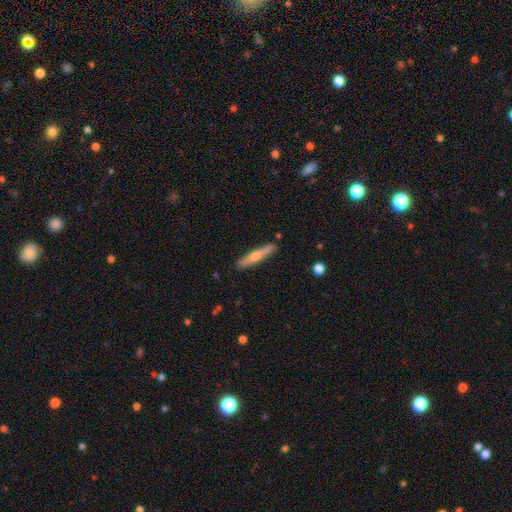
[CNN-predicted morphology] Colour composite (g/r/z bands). It shows a featured or disk galaxy (52%) viewed edge-on (94%). Merging: none (88%).